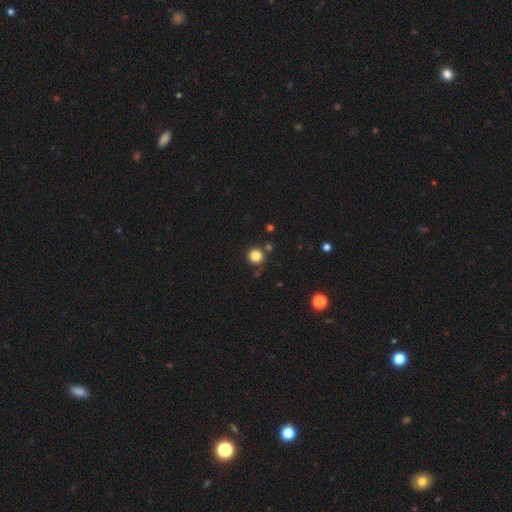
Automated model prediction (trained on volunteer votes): smooth-or-featured: smooth: 83% | star or artifact: 12% | featured or disk: 5%
  how-rounded: round: 95% | in between: 4% | cigar-shaped: 1%
  merging: none: 85% | minor disturbance: 7% | merger: 6% | major disturbance: 2%